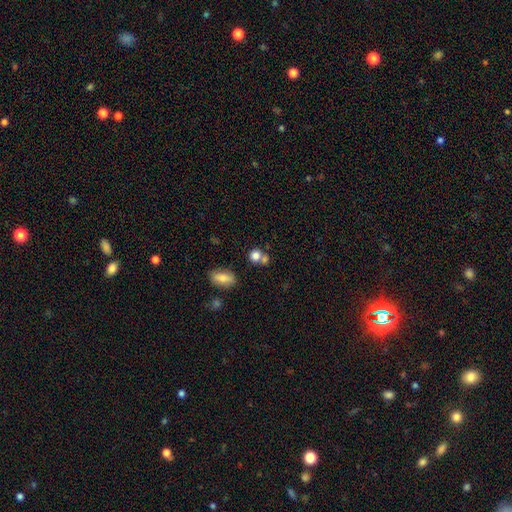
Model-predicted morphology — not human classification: Overall: smooth (80%). How rounded: round (78%). Merging: none (49%; merger 38%).